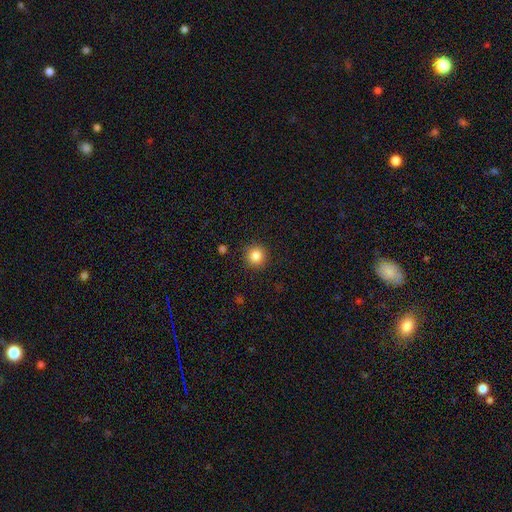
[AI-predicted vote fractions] Q: Smooth or featured?
A: smooth (85%); runner-up: star or artifact (10%)
Q: How rounded?
A: round (94%); runner-up: in between (6%)
Q: Merging?
A: none (91%); runner-up: minor disturbance (6%)